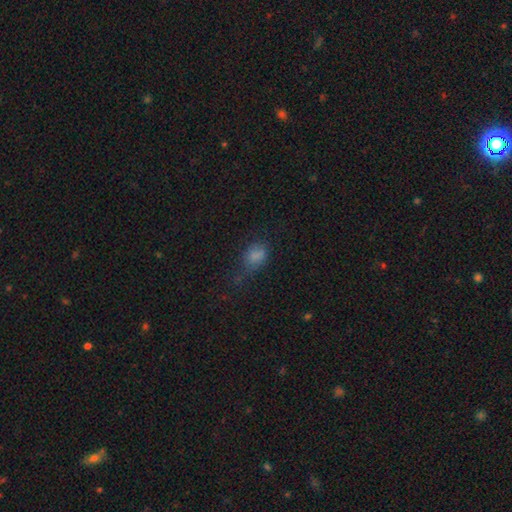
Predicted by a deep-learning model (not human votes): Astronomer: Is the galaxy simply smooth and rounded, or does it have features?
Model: smooth — 77%.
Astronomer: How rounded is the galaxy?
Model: in between — 77%.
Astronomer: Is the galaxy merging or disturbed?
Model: none — 44% (runner-up: minor disturbance, 30%).